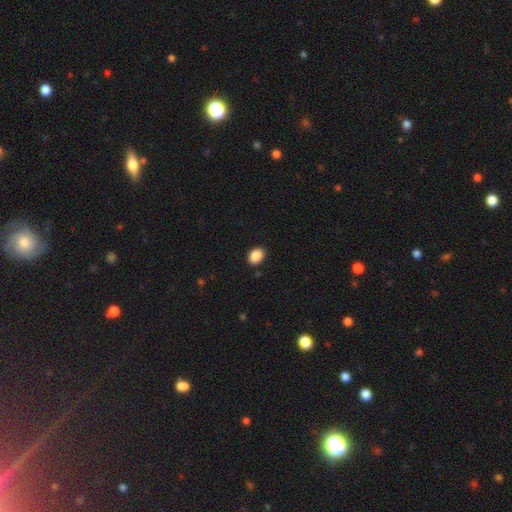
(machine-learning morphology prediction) Smooth or featured? Predicted: smooth (p=0.89). How rounded? Predicted: in between (p=0.76). Merging? Predicted: none (p=0.89).